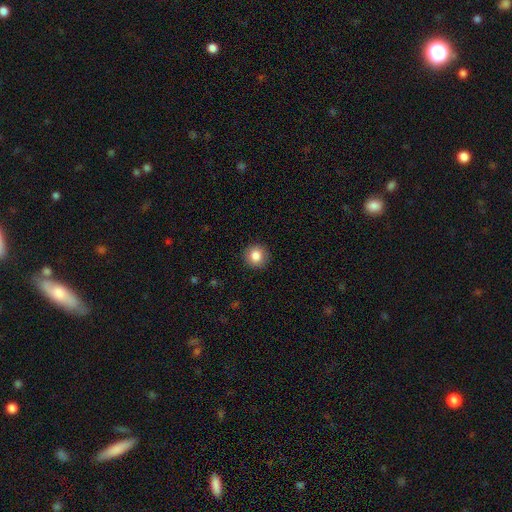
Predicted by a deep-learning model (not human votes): Overall: smooth (84%). How rounded: round (92%). Merging: none (91%).